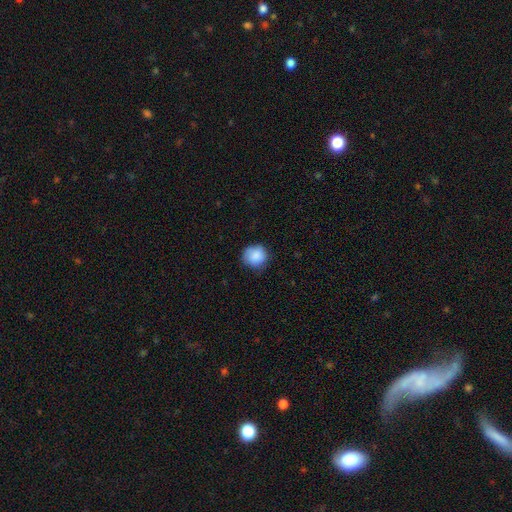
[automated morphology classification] Smooth or featured: smooth — 86% (star or artifact — 8%)
How rounded: round — 90% (in between — 10%)
Merging: none — 78% (minor disturbance — 17%)